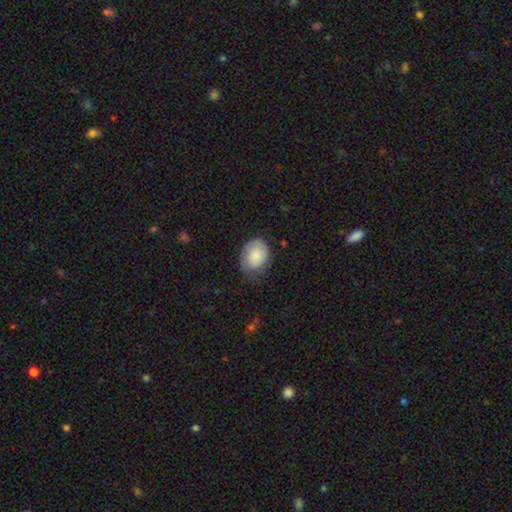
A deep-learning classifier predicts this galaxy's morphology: smooth_or_featured: smooth (p=0.80) [alt: featured or disk p=0.13]
how_rounded: in between (p=0.63) [alt: round p=0.36]
merging: none (p=0.60) [alt: minor disturbance p=0.30]